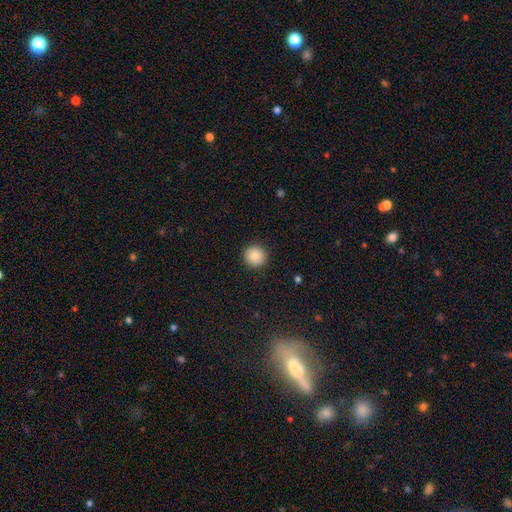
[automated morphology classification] Smooth or featured?
  - smooth: 86% *
  - star or artifact: 9%
  - featured or disk: 5%
How rounded?
  - round: 94% *
  - in between: 5%
  - cigar-shaped: 1%
Merging?
  - none: 92% *
  - minor disturbance: 5%
  - major disturbance: 2%
  - merger: 1%